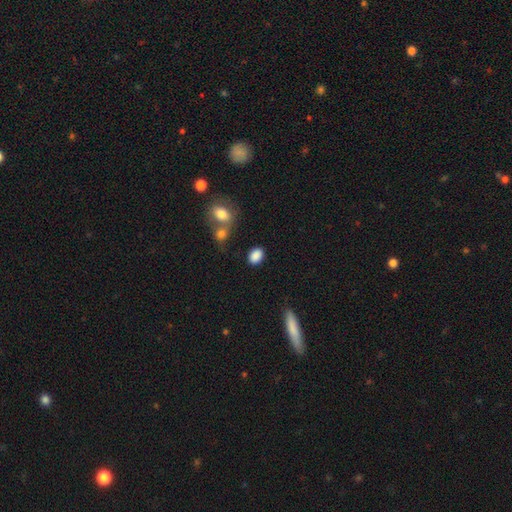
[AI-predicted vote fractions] The model was most divided on "how rounded": in between: 75%, round: 24%, cigar-shaped: 1%. More confident: smooth or featured — smooth (88%); merging — none (78%).